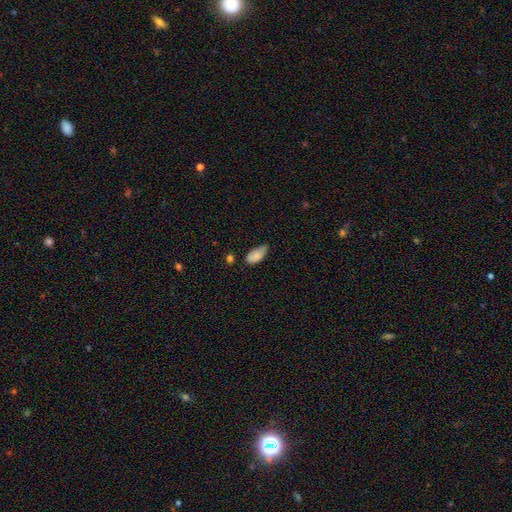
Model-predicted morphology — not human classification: Smooth or featured? smooth (85%)
How rounded? in between (93%)
Merging? minor disturbance (45%)